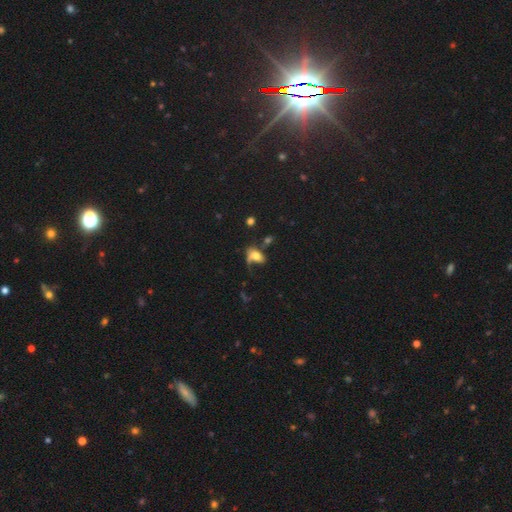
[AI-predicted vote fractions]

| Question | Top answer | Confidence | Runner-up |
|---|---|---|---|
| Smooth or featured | smooth | 60% | featured or disk (29%) |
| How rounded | in between | 82% | round (13%) |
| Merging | major disturbance | 37% | none (29%) |